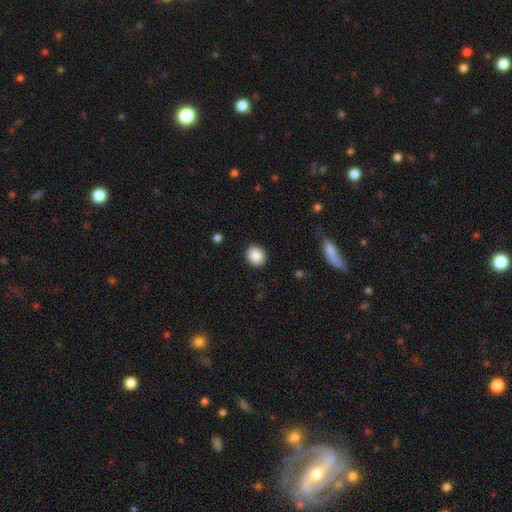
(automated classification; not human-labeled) Smooth or featured?
  - smooth: 87% *
  - star or artifact: 8%
  - featured or disk: 5%
How rounded?
  - round: 76% *
  - in between: 23%
  - cigar-shaped: 1%
Merging?
  - none: 91% *
  - minor disturbance: 6%
  - major disturbance: 2%
  - merger: 1%